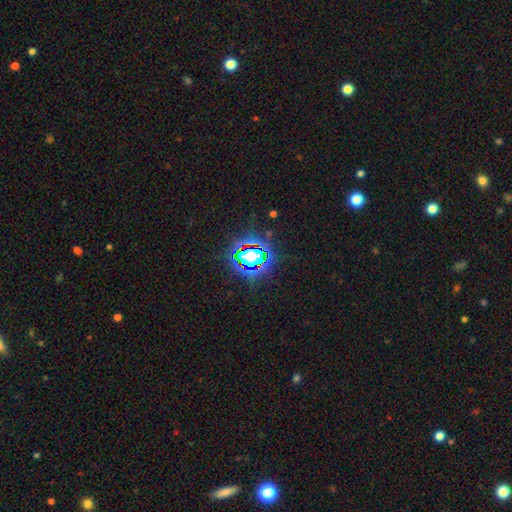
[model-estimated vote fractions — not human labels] smooth_or_featured: star or artifact (p=0.62) [alt: smooth p=0.25]